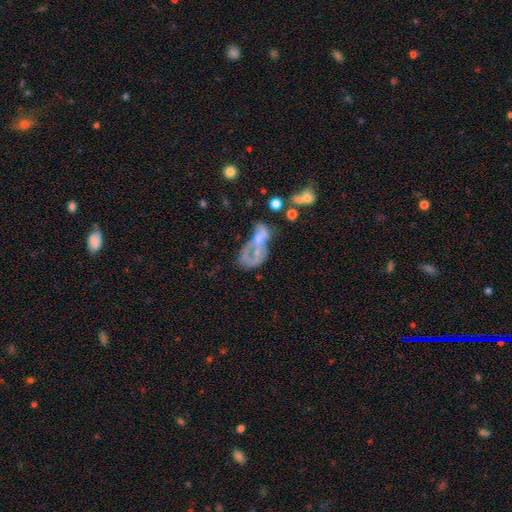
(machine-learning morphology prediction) A featured or disk galaxy (53%) with no bar (80%), no spiral arms (79%) and no central bulge (41%). Merging: merger (40%).